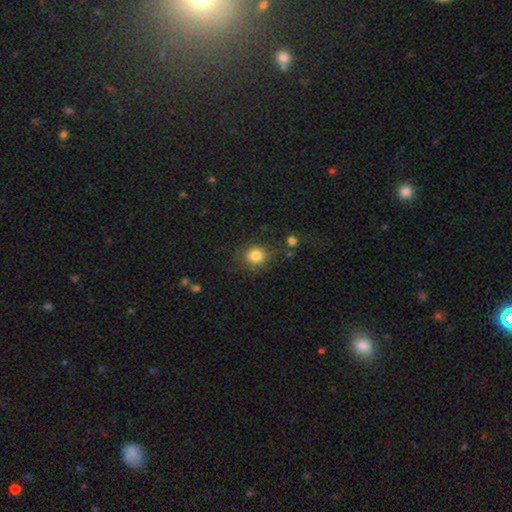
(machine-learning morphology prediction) Smooth or featured: smooth — 83% (star or artifact — 11%)
How rounded: round — 85% (in between — 14%)
Merging: none — 77% (minor disturbance — 13%)